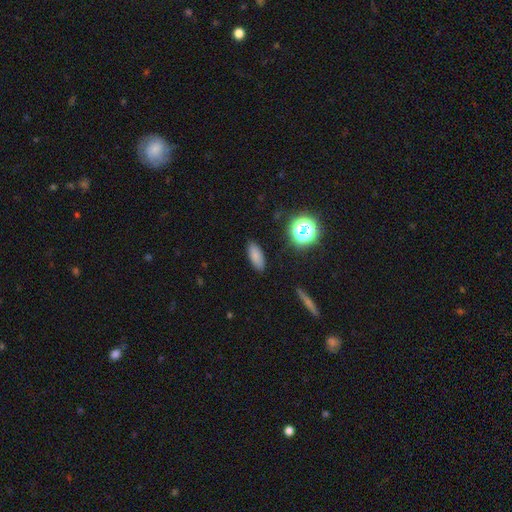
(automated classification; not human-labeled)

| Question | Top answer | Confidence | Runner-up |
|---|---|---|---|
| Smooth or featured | smooth | 80% | star or artifact (13%) |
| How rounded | in between | 81% | cigar-shaped (16%) |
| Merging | none | 87% | minor disturbance (9%) |